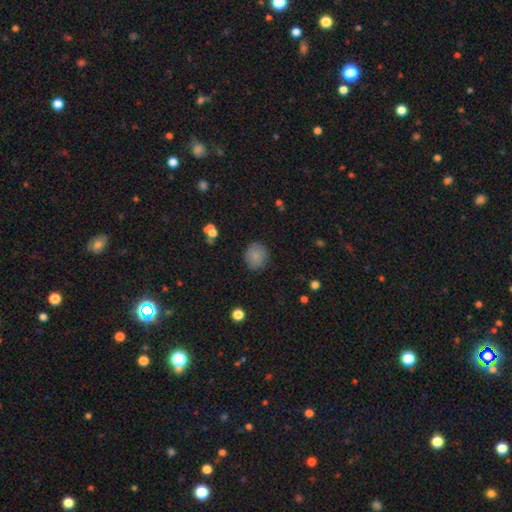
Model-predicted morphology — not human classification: Smooth or featured: smooth — 83% (star or artifact — 10%)
How rounded: round — 74% (in between — 25%)
Merging: none — 84% (minor disturbance — 11%)